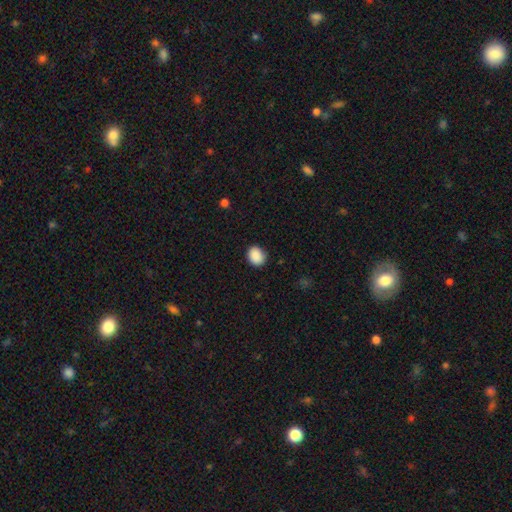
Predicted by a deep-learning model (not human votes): Morphology: type=smooth (89%); roundness=round (61%); merging=none (85%).